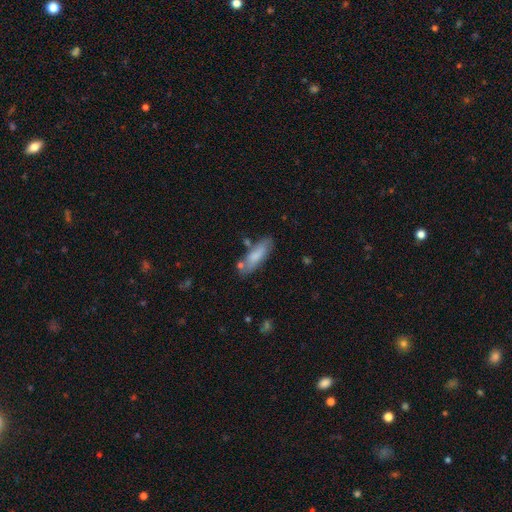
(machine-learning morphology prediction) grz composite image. It shows a smooth galaxy with no disk features (75%) that is in between round and cigar-shaped (51%). Merging: none (69%).